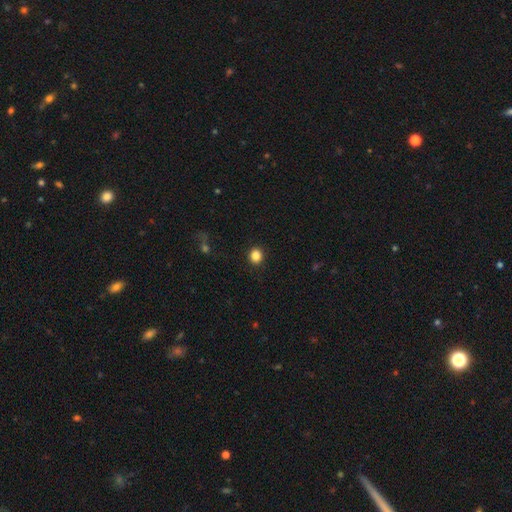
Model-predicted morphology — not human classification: Overall: smooth (86%). How rounded: round (81%). Merging: none (91%).